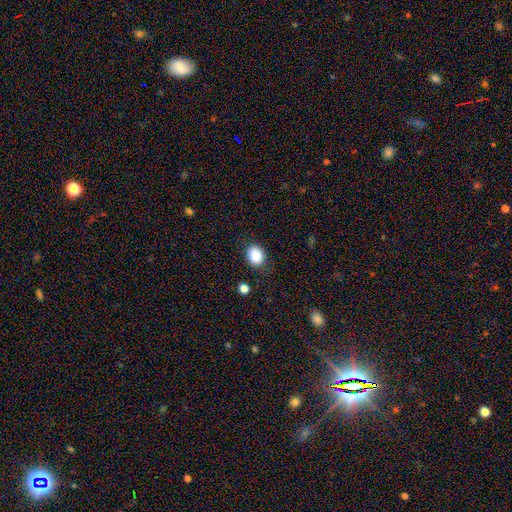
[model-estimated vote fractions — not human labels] smooth 86%, star or artifact 9%, featured or disk 5%. Down the decision tree: how rounded — in between (54%); merging — none (84%).